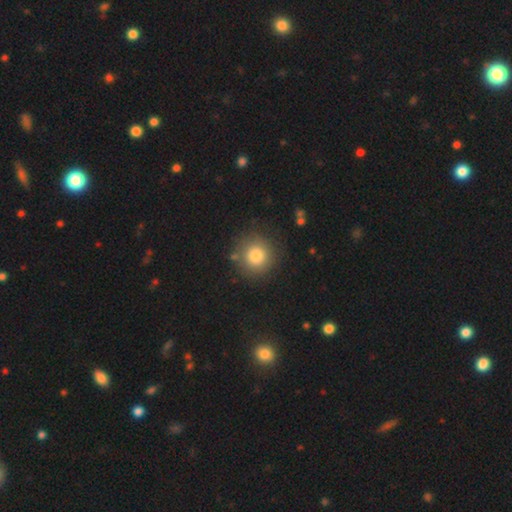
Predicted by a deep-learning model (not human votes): Smooth or featured?
  - smooth: 81% *
  - star or artifact: 10%
  - featured or disk: 9%
How rounded?
  - round: 94% *
  - in between: 5%
  - cigar-shaped: 1%
Merging?
  - none: 84% *
  - minor disturbance: 9%
  - major disturbance: 4%
  - merger: 3%